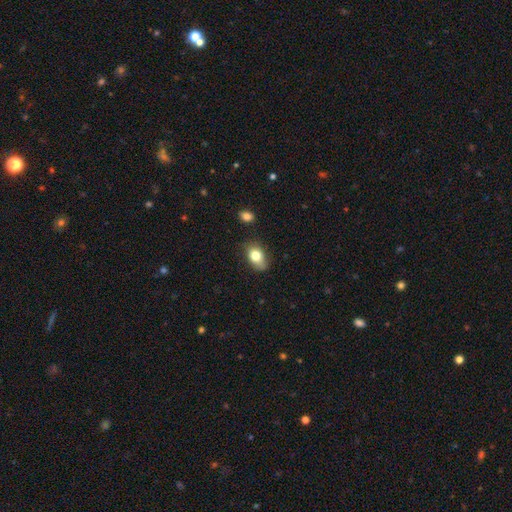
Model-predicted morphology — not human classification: Smooth or featured? smooth (79%)
How rounded? in between (78%)
Merging? none (65%)